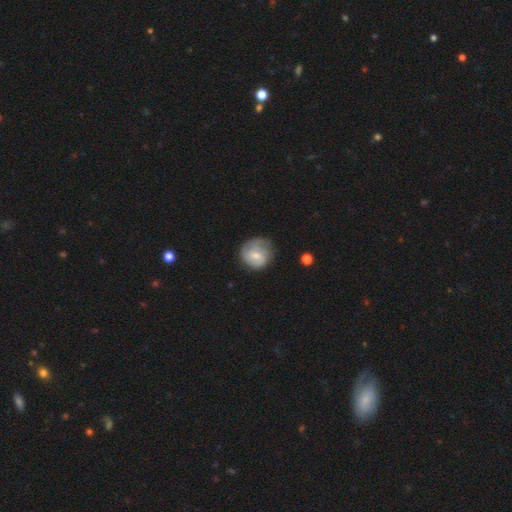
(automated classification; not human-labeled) Smooth or featured? smooth (53%)
How rounded? round (83%)
Merging? none (58%)